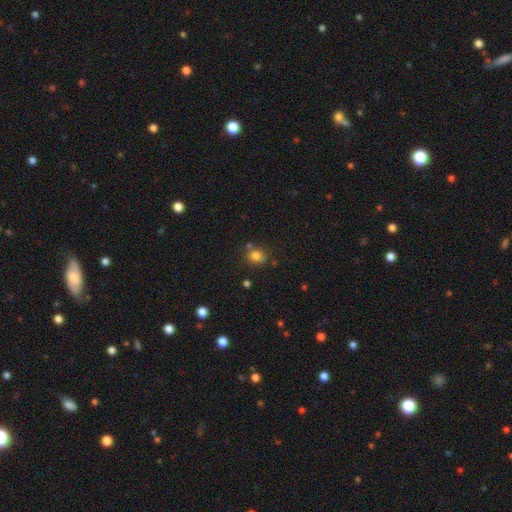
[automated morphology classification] Smooth or featured? Predicted: smooth (p=0.79). How rounded? Predicted: round (p=0.68). Merging? Predicted: none (p=0.69).